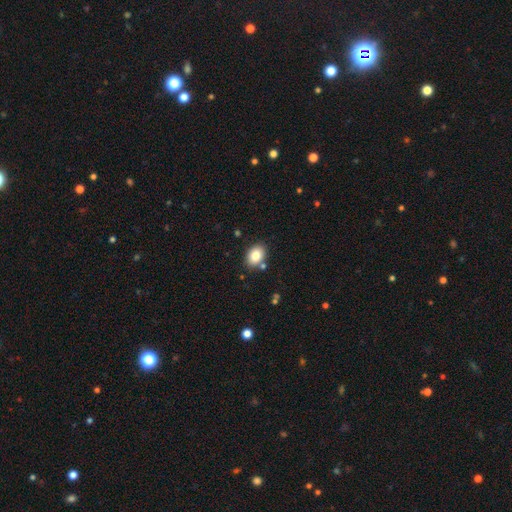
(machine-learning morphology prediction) Smooth or featured? smooth (82%)
How rounded? in between (76%)
Merging? none (82%)